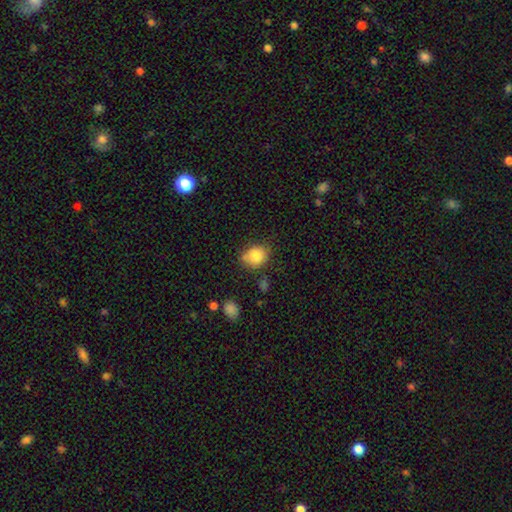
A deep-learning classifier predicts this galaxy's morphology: This is clearly a smooth galaxy (83%). How rounded: possibly round (59%). Merging: likely none (62%).